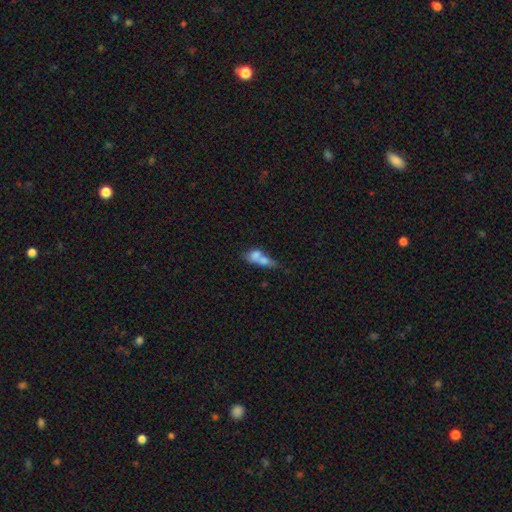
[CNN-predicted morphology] A smooth galaxy with no disk features (64%) that is in between round and cigar-shaped (61%). Merging: merger (69%).